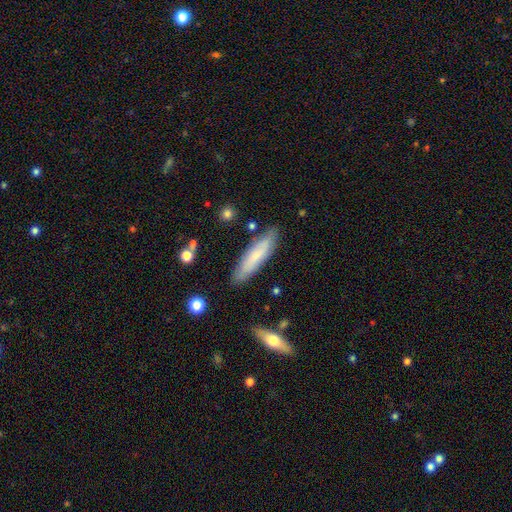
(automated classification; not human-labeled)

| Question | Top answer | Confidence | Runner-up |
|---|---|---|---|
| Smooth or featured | smooth | 65% | featured or disk (29%) |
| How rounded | cigar-shaped | 75% | in between (23%) |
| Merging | none | 83% | minor disturbance (12%) |